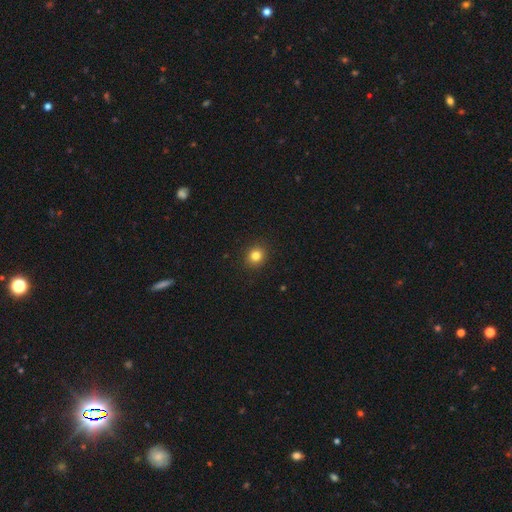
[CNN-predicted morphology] smooth-or-featured: smooth: 82% | star or artifact: 12% | featured or disk: 6%
  how-rounded: round: 81% | in between: 19% | cigar-shaped: 1%
  merging: none: 92% | minor disturbance: 6% | major disturbance: 2% | merger: 1%